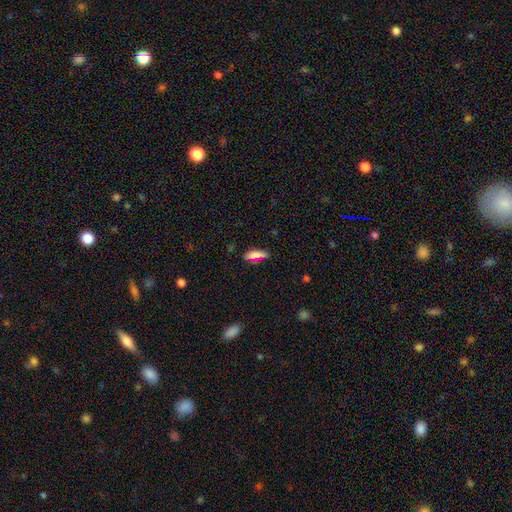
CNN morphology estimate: A smooth galaxy with no disk features (77%) that is in between round and cigar-shaped (53%). Merging: none (73%).